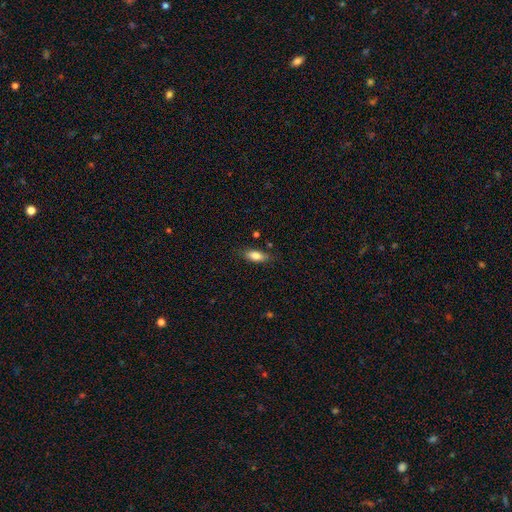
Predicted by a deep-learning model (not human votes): smooth 81%, featured or disk 12%, star or artifact 7%. Down the decision tree: how rounded — in between (80%); merging — none (81%).